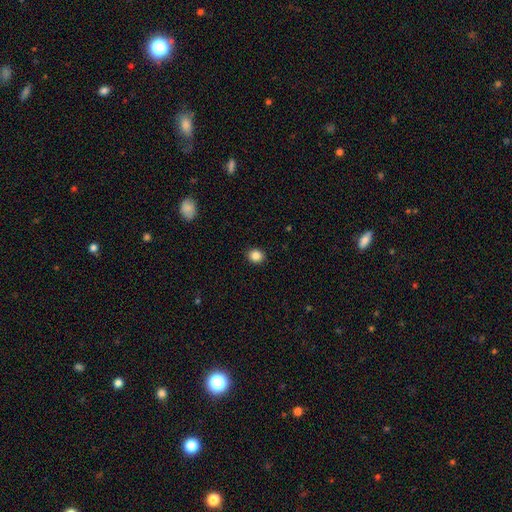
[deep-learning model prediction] Morphology: type=smooth (86%); roundness=round (72%); merging=none (91%).